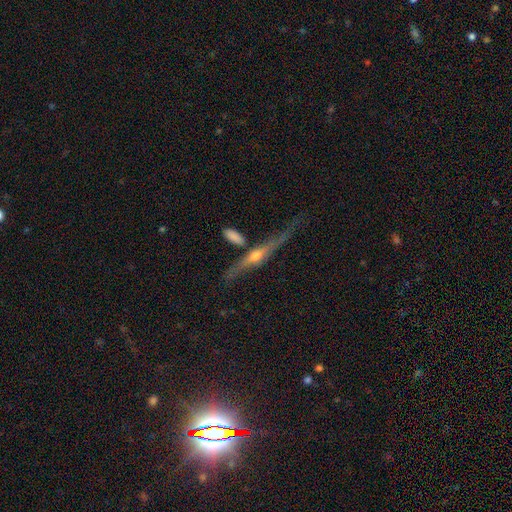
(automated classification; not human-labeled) featured or disk 75%, smooth 17%, star or artifact 8%. Down the decision tree: edge-on disk — yes (91%); edge-on bulge — rounded (87%); merging — none (56%).